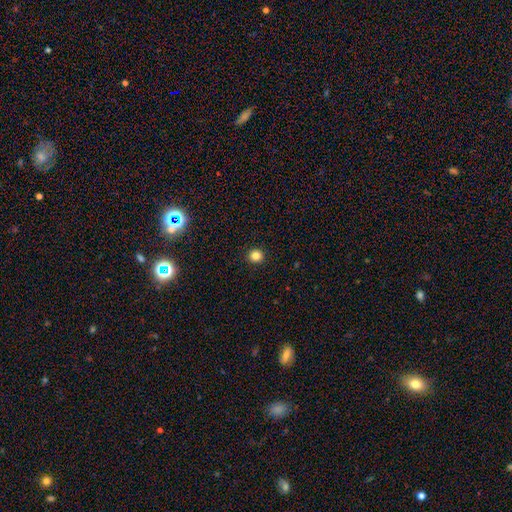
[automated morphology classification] Smooth or featured? smooth (84%)
How rounded? round (92%)
Merging? none (93%)